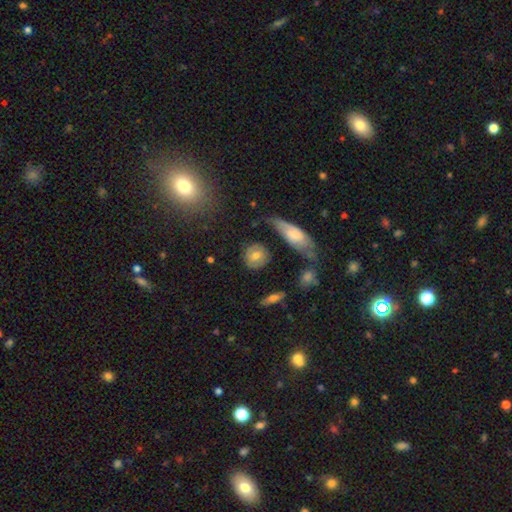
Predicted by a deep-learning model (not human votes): smooth 63%, featured or disk 28%, star or artifact 8%. Down the decision tree: how rounded — round (77%); merging — none (70%).